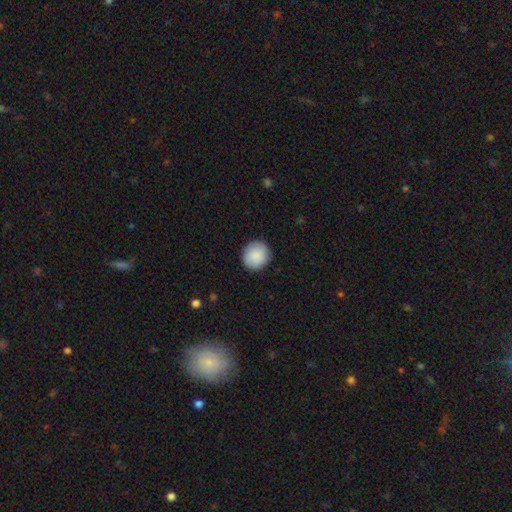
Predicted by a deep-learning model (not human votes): smooth 89%, star or artifact 6%, featured or disk 5%. Down the decision tree: how rounded — round (91%); merging — none (90%).